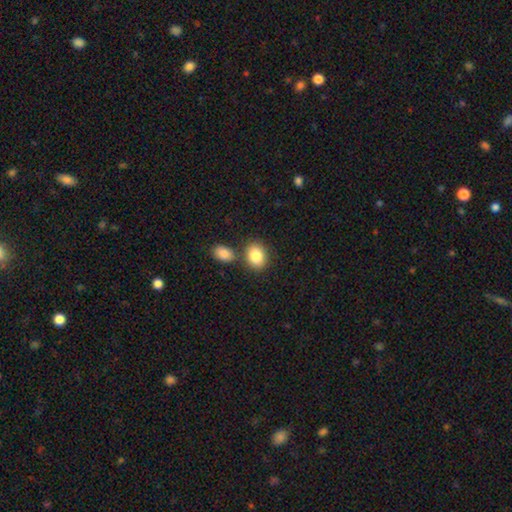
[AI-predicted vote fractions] Morphology: type=smooth (85%); roundness=in between (61%); merging=none (68%).